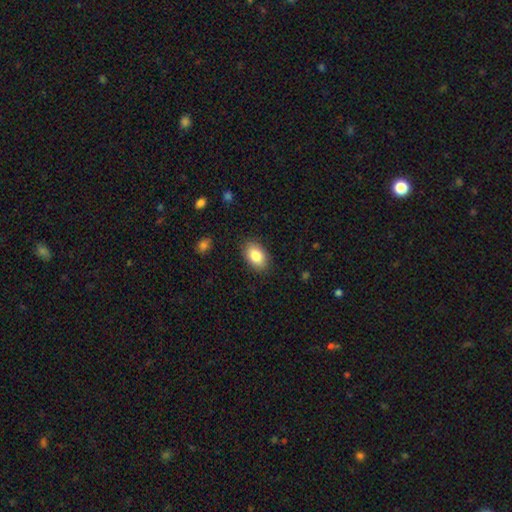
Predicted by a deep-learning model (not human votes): Overall: smooth (85%). How rounded: in between (89%). Merging: none (87%).